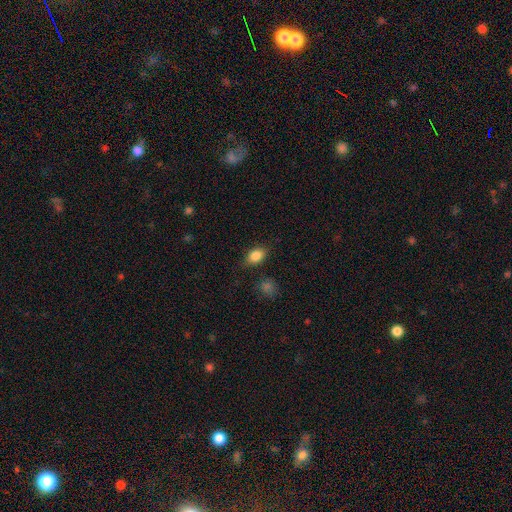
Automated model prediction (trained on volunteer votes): Smooth or featured: smooth — 84% (star or artifact — 9%)
How rounded: in between — 79% (round — 19%)
Merging: none — 80% (minor disturbance — 14%)